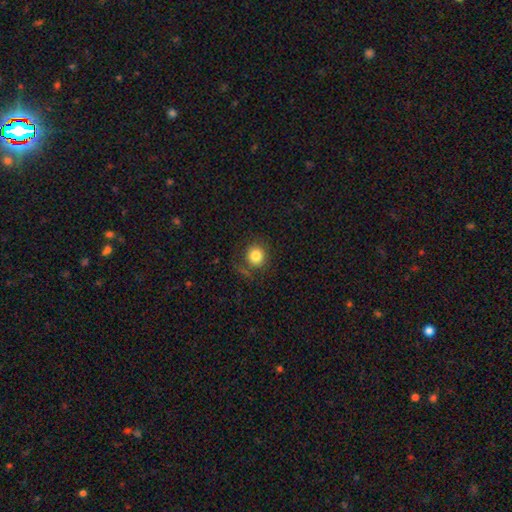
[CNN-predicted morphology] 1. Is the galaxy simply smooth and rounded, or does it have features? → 82% smooth, 11% star or artifact, 7% featured or disk.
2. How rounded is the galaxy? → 89% round, 10% in between, 1% cigar-shaped.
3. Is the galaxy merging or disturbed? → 78% none, 12% minor disturbance, 6% major disturbance, 4% merger.